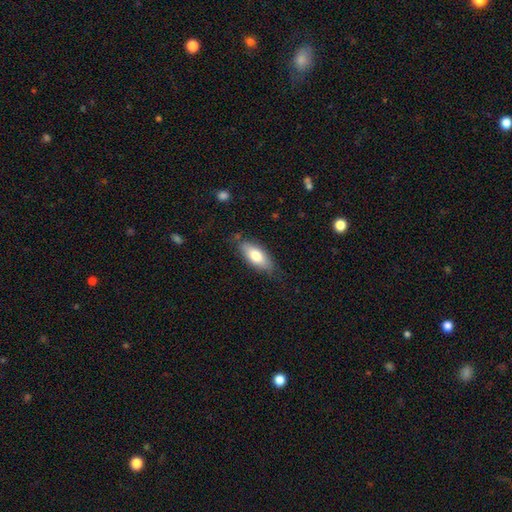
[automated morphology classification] smooth_or_featured: smooth (p=0.74) [alt: featured or disk p=0.20]
how_rounded: in between (p=0.79) [alt: cigar-shaped p=0.19]
merging: none (p=0.76) [alt: minor disturbance p=0.19]